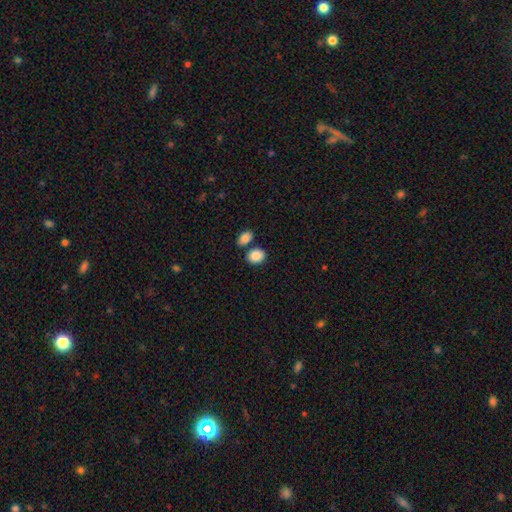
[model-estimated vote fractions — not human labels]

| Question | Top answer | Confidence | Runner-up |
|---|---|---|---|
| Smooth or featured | smooth | 88% | star or artifact (8%) |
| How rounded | in between | 55% | round (44%) |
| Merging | none | 68% | merger (19%) |